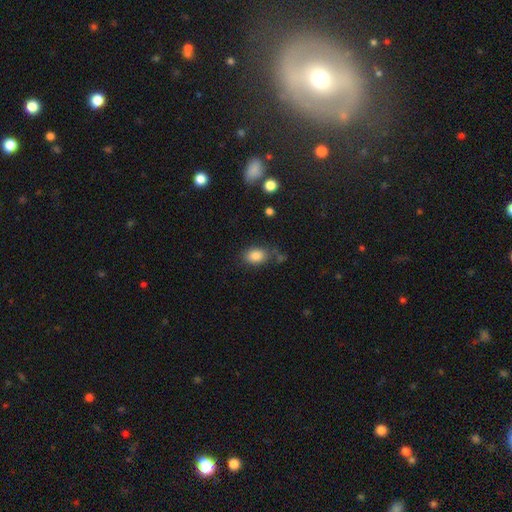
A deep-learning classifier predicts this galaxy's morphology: A smooth galaxy with no disk features (85%) that is in between round and cigar-shaped (80%).

Vote fractions:
- Smooth or featured? smooth: 85% / star or artifact: 9% / featured or disk: 6%
- How rounded? in between: 80% / round: 18% / cigar-shaped: 1%
- Merging? none: 71% / minor disturbance: 17% / merger: 6% / major disturbance: 6%